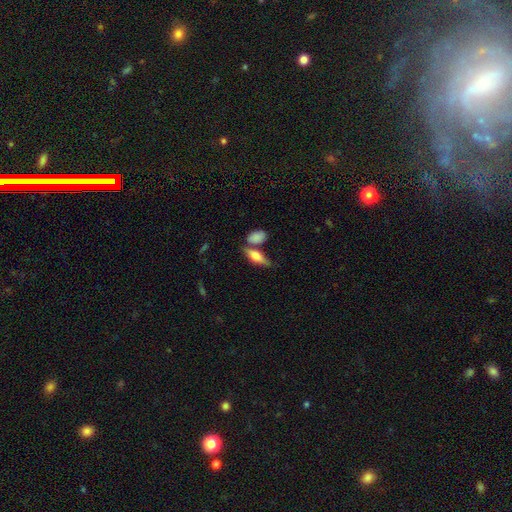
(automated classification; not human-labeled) Q: Smooth or featured?
A: smooth (56%); runner-up: featured or disk (37%)
Q: How rounded?
A: in between (61%); runner-up: cigar-shaped (34%)
Q: Merging?
A: none (59%); runner-up: merger (20%)